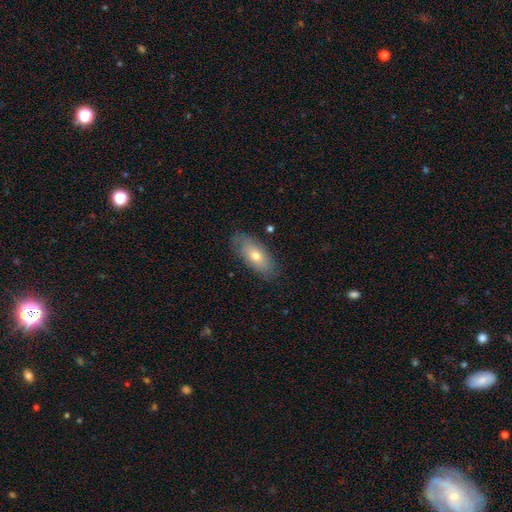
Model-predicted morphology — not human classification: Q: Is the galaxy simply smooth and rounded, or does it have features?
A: smooth — 61%.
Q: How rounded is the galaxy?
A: in between — 84%.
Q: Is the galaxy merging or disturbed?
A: none — 81%.